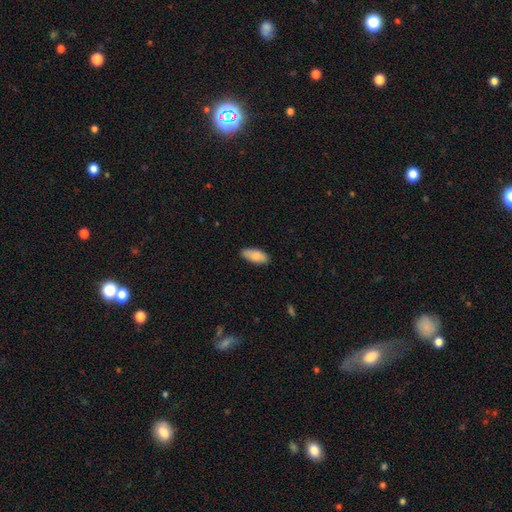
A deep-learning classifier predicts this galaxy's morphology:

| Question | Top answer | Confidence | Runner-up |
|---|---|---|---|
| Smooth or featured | smooth | 86% | featured or disk (8%) |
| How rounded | in between | 87% | cigar-shaped (11%) |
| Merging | none | 84% | minor disturbance (12%) |